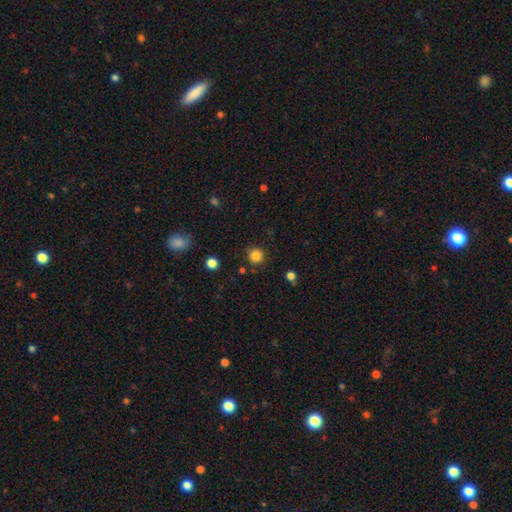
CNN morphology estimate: smooth-or-featured: smooth: 83% | star or artifact: 13% | featured or disk: 4%
  how-rounded: round: 93% | in between: 6% | cigar-shaped: 1%
  merging: none: 86% | minor disturbance: 9% | major disturbance: 3% | merger: 2%